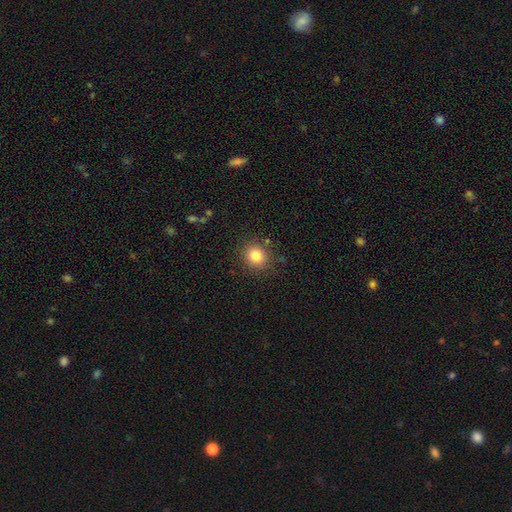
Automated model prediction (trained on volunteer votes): Overall: smooth (82%). How rounded: round (81%). Merging: none (85%).